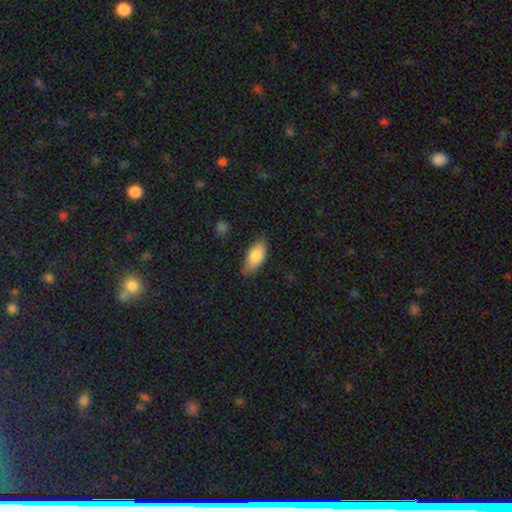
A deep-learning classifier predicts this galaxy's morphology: A smooth galaxy with no disk features (83%) that is in between round and cigar-shaped (88%).

Vote fractions:
- Smooth or featured? smooth: 83% / featured or disk: 11% / star or artifact: 6%
- How rounded? in between: 88% / cigar-shaped: 9% / round: 2%
- Merging? none: 75% / minor disturbance: 20% / major disturbance: 4% / merger: 1%